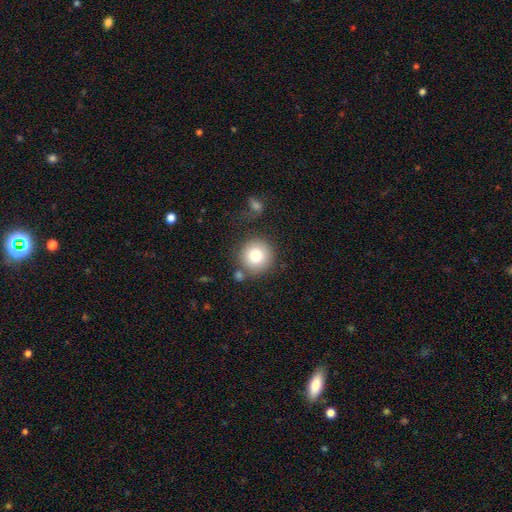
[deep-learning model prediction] Smooth or featured?
  - smooth: 79% *
  - featured or disk: 12%
  - star or artifact: 10%
How rounded?
  - round: 94% *
  - in between: 5%
  - cigar-shaped: 1%
Merging?
  - none: 77% *
  - minor disturbance: 11%
  - merger: 7%
  - major disturbance: 5%